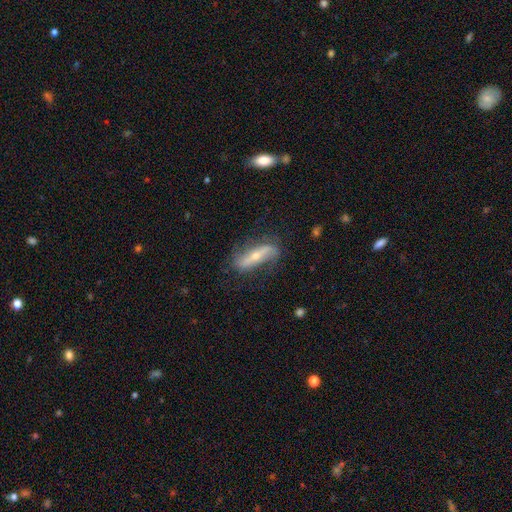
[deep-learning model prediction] The model was most divided on "edge-on disk": no: 67%, yes: 33%. More confident: smooth or featured — featured or disk (72%); merging — none (71%).